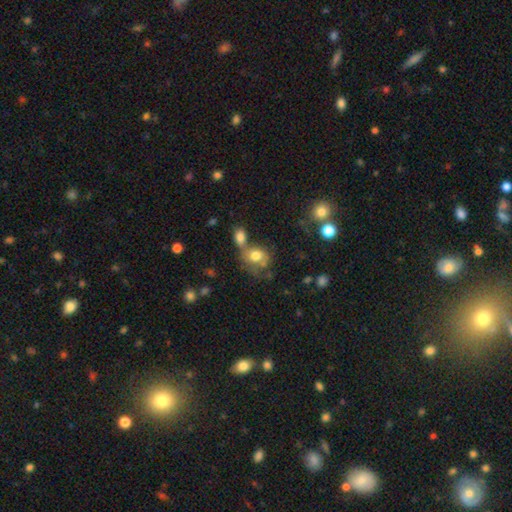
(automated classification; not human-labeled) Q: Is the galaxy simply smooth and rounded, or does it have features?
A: smooth — 73%.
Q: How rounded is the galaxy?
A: round — 56%.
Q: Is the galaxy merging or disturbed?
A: merger — 44%.